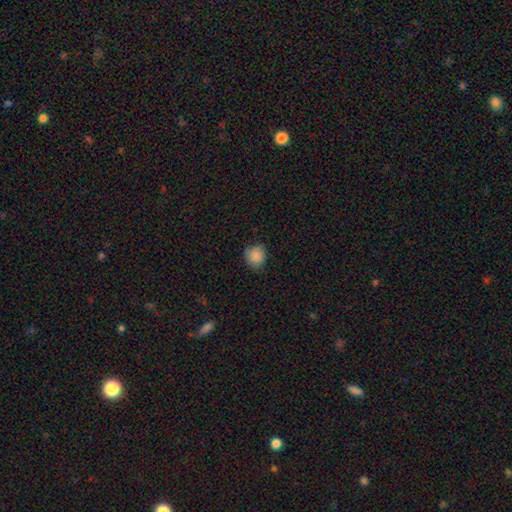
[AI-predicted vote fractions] smooth-or-featured: smooth: 86% | star or artifact: 9% | featured or disk: 5%
  how-rounded: round: 86% | in between: 13% | cigar-shaped: 1%
  merging: none: 78% | minor disturbance: 17% | major disturbance: 3% | merger: 1%